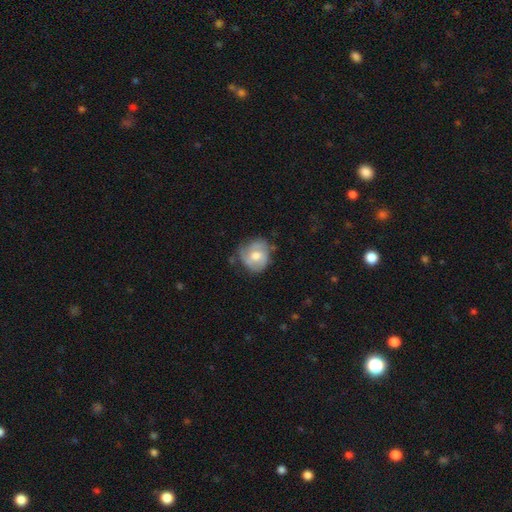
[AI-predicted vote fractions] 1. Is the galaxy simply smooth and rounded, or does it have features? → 48% featured or disk, 45% smooth, 7% star or artifact.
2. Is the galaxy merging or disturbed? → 55% none, 30% minor disturbance, 12% major disturbance, 3% merger.